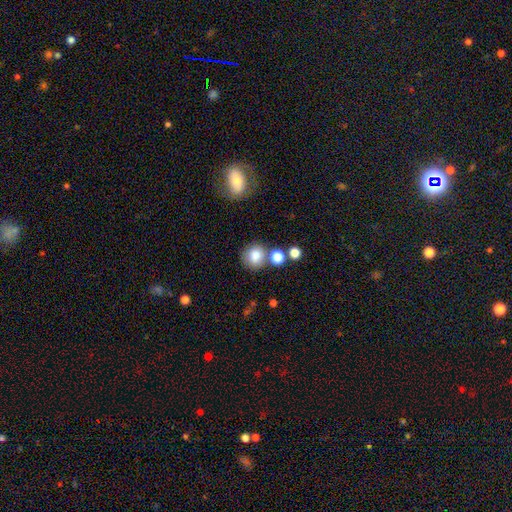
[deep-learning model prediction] Smooth or featured?
  - smooth: 82% *
  - star or artifact: 10%
  - featured or disk: 8%
How rounded?
  - round: 84% *
  - in between: 15%
  - cigar-shaped: 1%
Merging?
  - none: 65% *
  - merger: 18%
  - minor disturbance: 12%
  - major disturbance: 5%